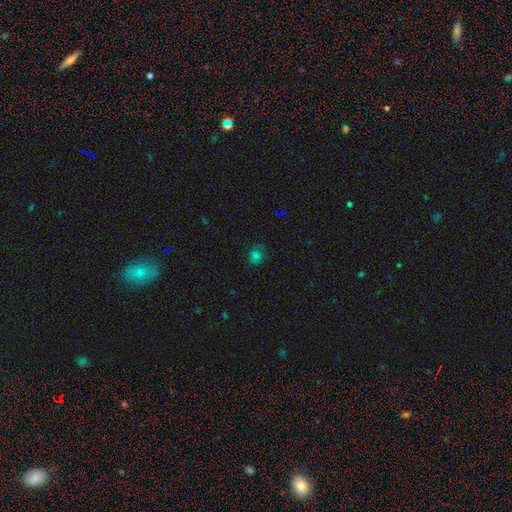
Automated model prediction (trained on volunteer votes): Smooth or featured: smooth — 67% (star or artifact — 24%)
How rounded: round — 62% (in between — 37%)
Merging: none — 69% (minor disturbance — 22%)